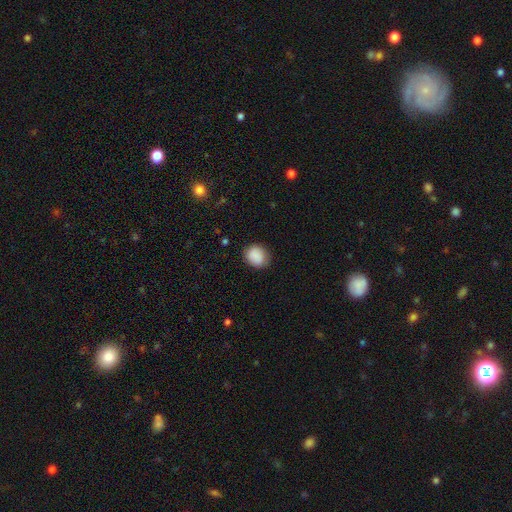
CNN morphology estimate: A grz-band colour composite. It shows a smooth galaxy with no disk features (88%) that is round (68%). Merging: none (82%).